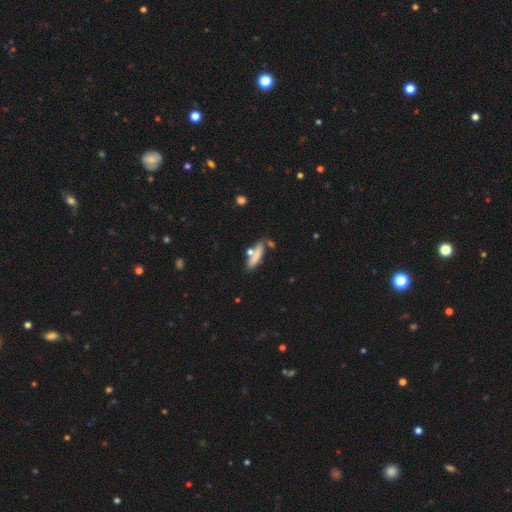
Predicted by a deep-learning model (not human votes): Smooth or featured?
  - smooth: 71% *
  - featured or disk: 21%
  - star or artifact: 8%
How rounded?
  - cigar-shaped: 68% *
  - in between: 29%
  - round: 3%
Merging?
  - none: 59% *
  - minor disturbance: 18%
  - merger: 17%
  - major disturbance: 6%